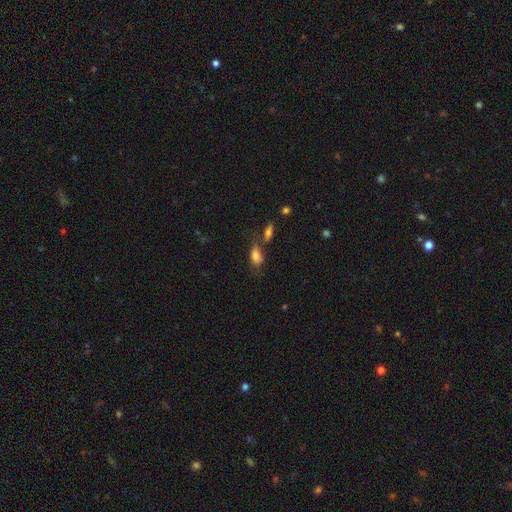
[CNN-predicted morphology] A smooth galaxy with no disk features (75%) that is in between round and cigar-shaped (86%).

Vote fractions:
- Smooth or featured? smooth: 75% / featured or disk: 14% / star or artifact: 11%
- How rounded? in between: 86% / round: 7% / cigar-shaped: 7%
- Merging? none: 43% / merger: 24% / minor disturbance: 21% / major disturbance: 12%